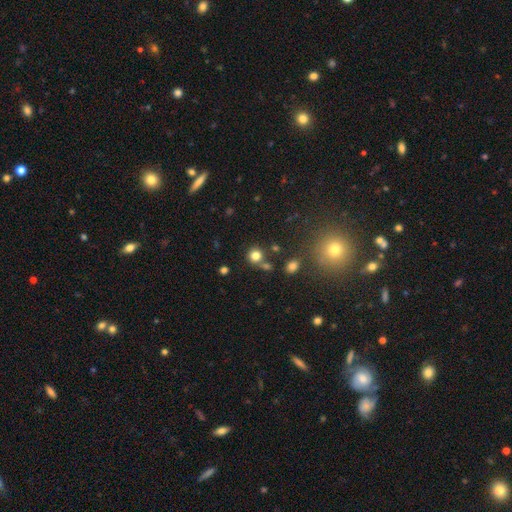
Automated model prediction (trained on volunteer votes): Morphology: type=smooth (79%); roundness=round (87%); merging=none (71%).